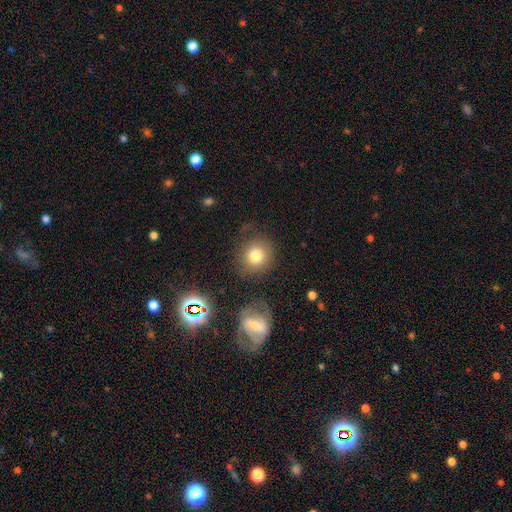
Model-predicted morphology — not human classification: Q: Smooth or featured?
A: smooth (78%); runner-up: featured or disk (11%)
Q: How rounded?
A: round (85%); runner-up: in between (14%)
Q: Merging?
A: none (74%); runner-up: minor disturbance (14%)